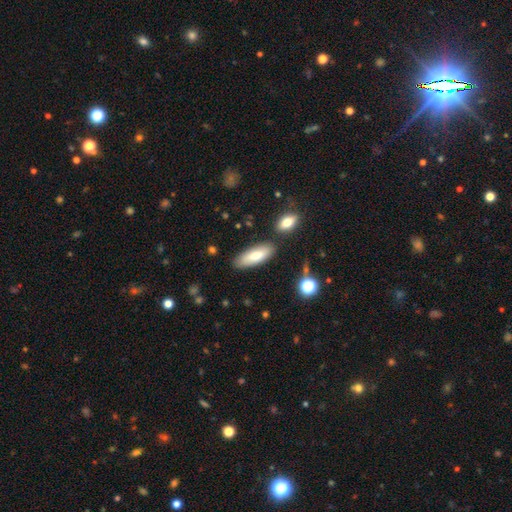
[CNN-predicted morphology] Smooth or featured? smooth (76%)
How rounded? in between (63%)
Merging? none (81%)